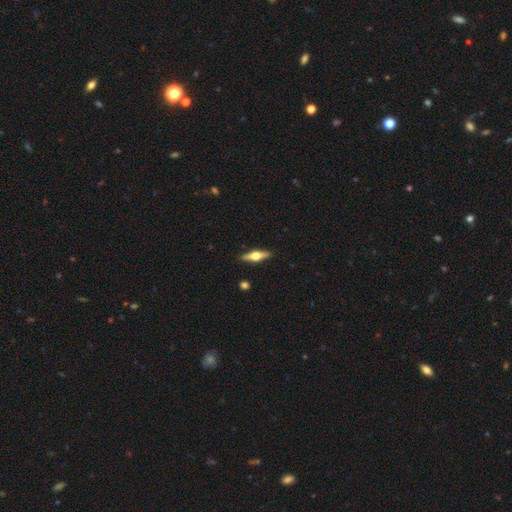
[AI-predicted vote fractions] Morphology: type=featured or disk (66%); edge-on=yes (96%); edge-on bulge=rounded (95%); merging=none (91%).